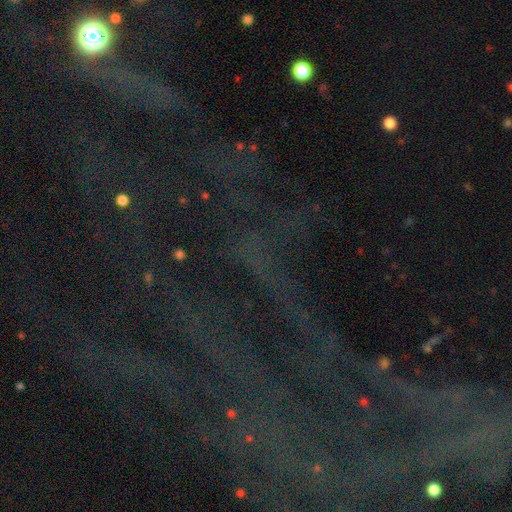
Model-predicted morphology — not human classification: The model was most divided on "smooth or featured": star or artifact: 79%, featured or disk: 11%, smooth: 9%.